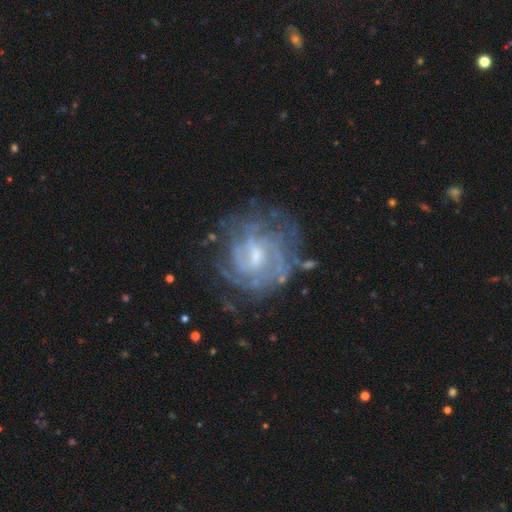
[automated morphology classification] Overall: featured or disk (83%). Edge-on disk: no (97%). Bar: weak (56%; no 31%). Spiral arms: yes (87%). Spiral arm count: can't tell (49%; 2 15%). Spiral winding: tight (60%; medium 31%). Bulge size: moderate (43%; small 42%). Merging: none (67%).